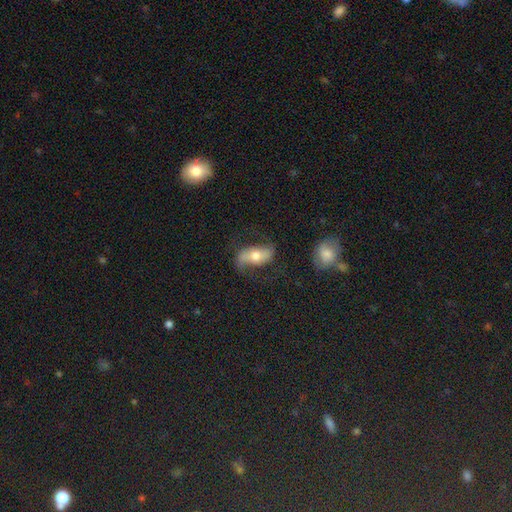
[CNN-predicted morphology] A featured or disk galaxy (60%) with no bar (41%), spiral arms (84%) and a moderate central bulge (67%).

Vote fractions:
- Smooth or featured? featured or disk: 60% / smooth: 32% / star or artifact: 8%
- Edge-on disk? no: 89% / yes: 11%
- Bar? no: 41% / weak: 30% / strong: 29%
- Spiral arms? yes: 84% / no: 16%
- Bulge size? moderate: 67% / small: 19% / large: 10% / dominant: 2% / none: 2%
- Merging? none: 67% / minor disturbance: 19% / major disturbance: 12% / merger: 3%